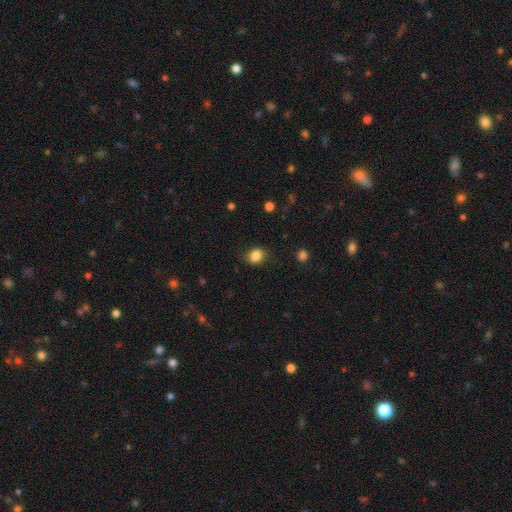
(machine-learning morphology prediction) Q: Smooth or featured?
A: smooth (85%); runner-up: star or artifact (10%)
Q: How rounded?
A: round (63%); runner-up: in between (37%)
Q: Merging?
A: none (86%); runner-up: minor disturbance (10%)